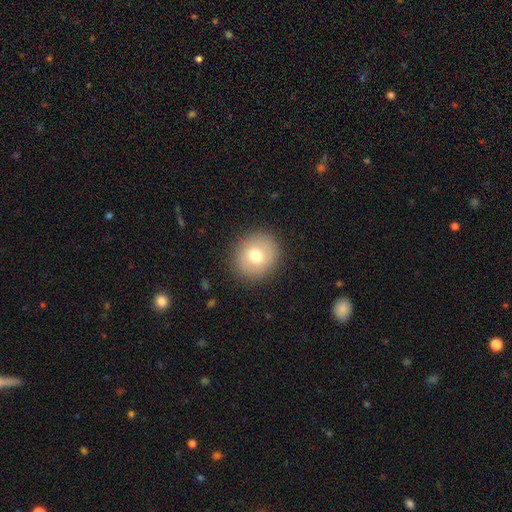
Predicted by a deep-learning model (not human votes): Smooth or featured? smooth (74%)
How rounded? round (86%)
Merging? none (89%)